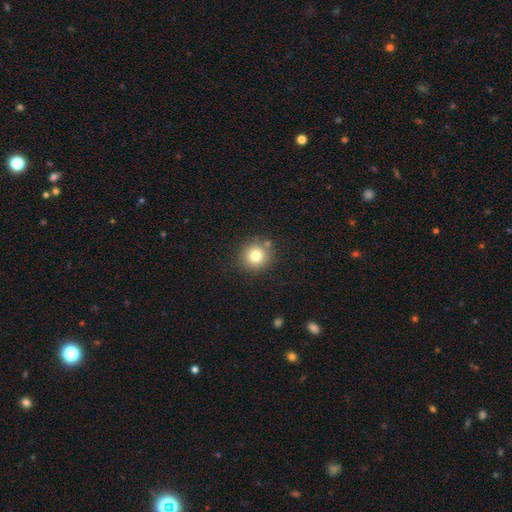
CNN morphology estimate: A smooth galaxy with no disk features (79%) that is round (93%). Merging: none (81%).